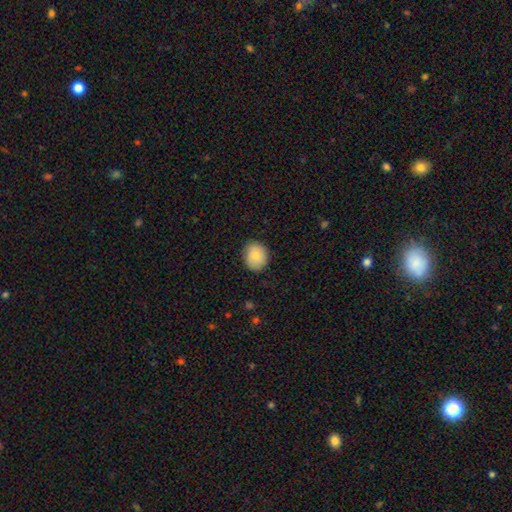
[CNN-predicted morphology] This appears to be a smooth galaxy with no disk features (80%) that is round (66%). Merging: none (85%).